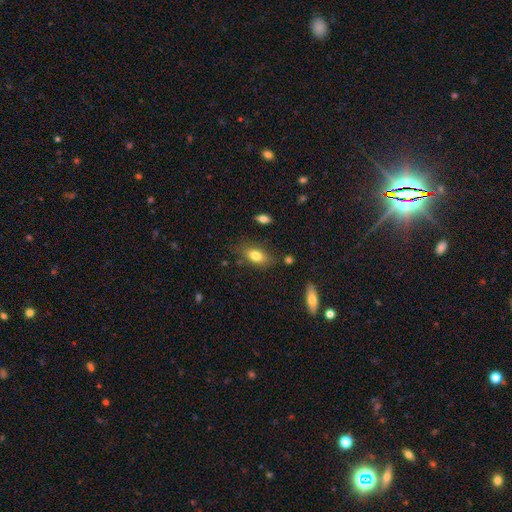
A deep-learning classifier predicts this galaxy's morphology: Q: Smooth or featured?
A: smooth (79%); runner-up: featured or disk (13%)
Q: How rounded?
A: in between (86%); runner-up: round (7%)
Q: Merging?
A: none (75%); runner-up: minor disturbance (17%)